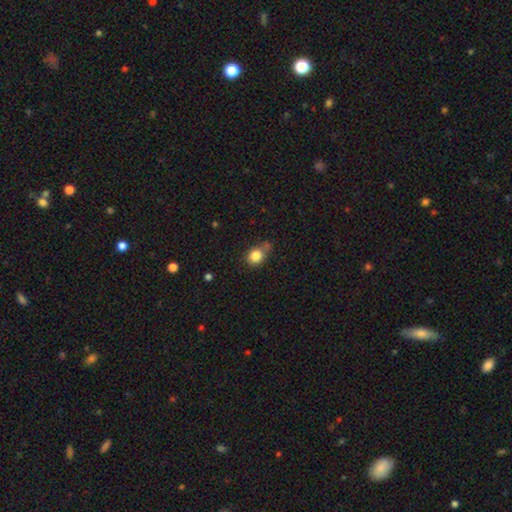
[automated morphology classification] Overall: smooth (83%). How rounded: round (70%). Merging: none (58%; minor disturbance 21%).